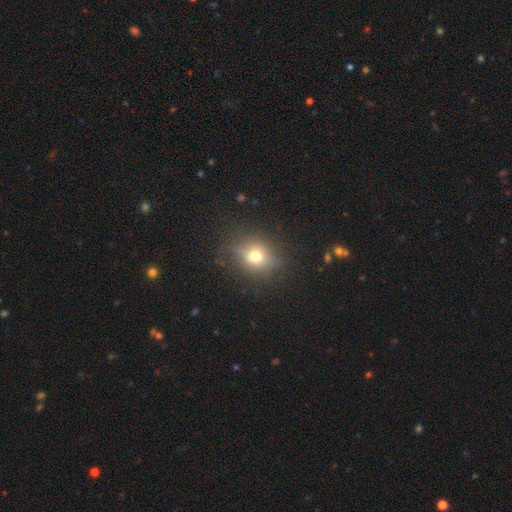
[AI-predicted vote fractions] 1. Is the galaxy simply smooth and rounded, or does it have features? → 63% smooth, 20% featured or disk, 17% star or artifact.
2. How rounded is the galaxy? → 68% round, 30% in between, 2% cigar-shaped.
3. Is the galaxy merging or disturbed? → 79% none, 14% minor disturbance, 6% major disturbance, 1% merger.